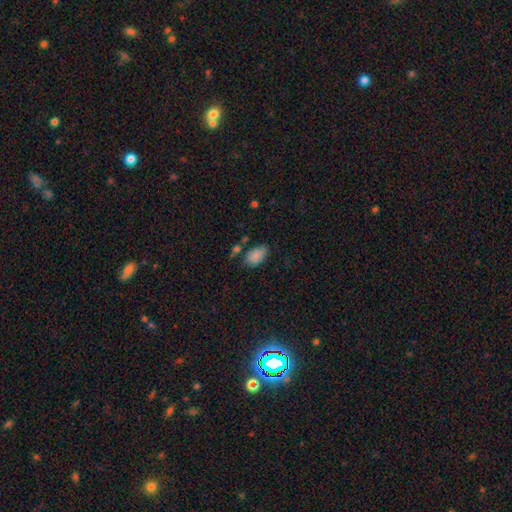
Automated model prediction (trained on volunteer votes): Overall: smooth (85%). How rounded: in between (93%). Merging: none (63%; minor disturbance 24%).